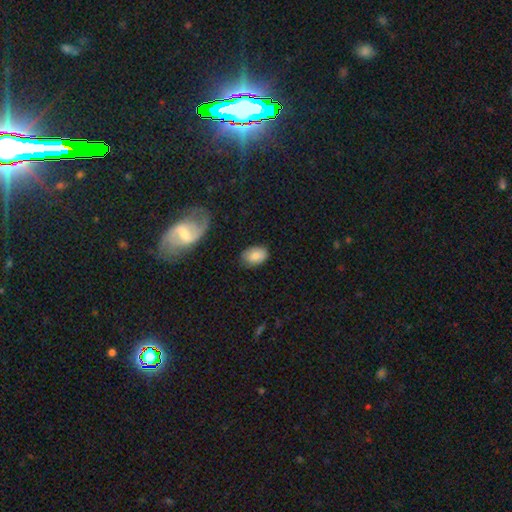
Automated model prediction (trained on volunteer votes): Smooth or featured? smooth (82%)
How rounded? in between (88%)
Merging? none (76%)